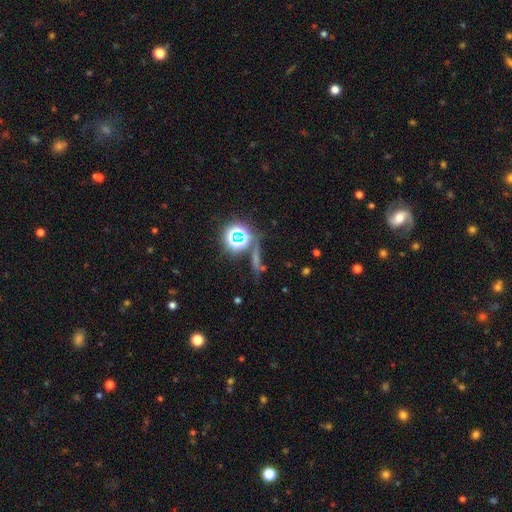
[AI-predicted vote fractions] smooth-or-featured: star or artifact: 62% | smooth: 23% | featured or disk: 14%